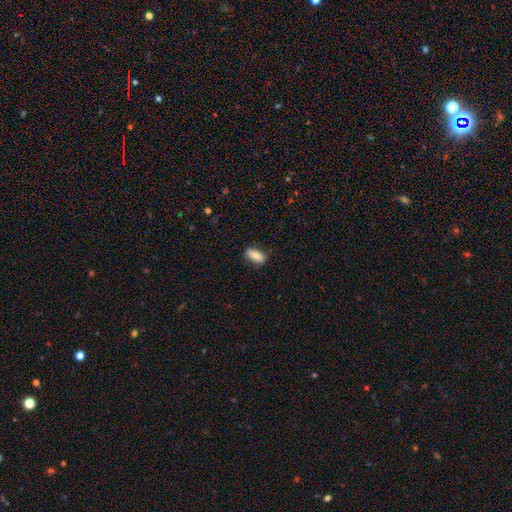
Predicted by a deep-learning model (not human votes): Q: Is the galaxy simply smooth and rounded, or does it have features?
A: smooth — 81%.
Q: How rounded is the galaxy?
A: in between — 85%.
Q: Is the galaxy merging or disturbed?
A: none — 82%.